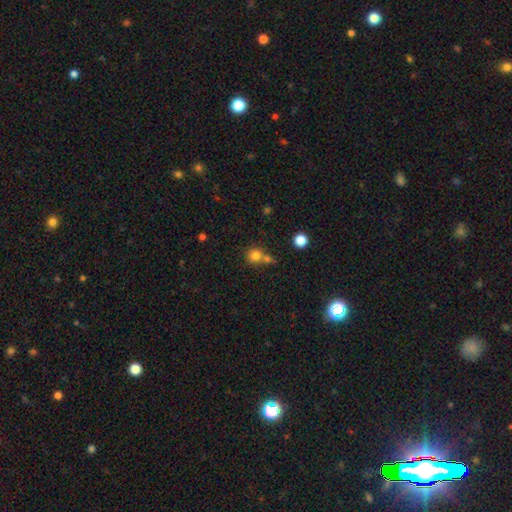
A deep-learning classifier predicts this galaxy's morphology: smooth-or-featured: smooth: 78% | star or artifact: 14% | featured or disk: 8%
  how-rounded: round: 89% | in between: 10% | cigar-shaped: 1%
  merging: none: 54% | merger: 34% | minor disturbance: 8% | major disturbance: 3%